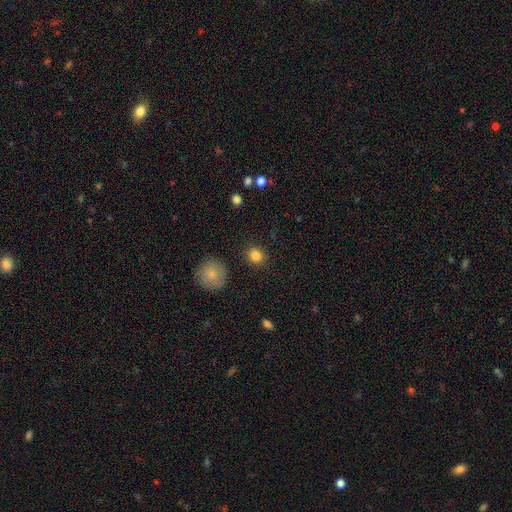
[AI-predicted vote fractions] A smooth galaxy with no disk features (85%) that is round (86%). Merging: none (90%).